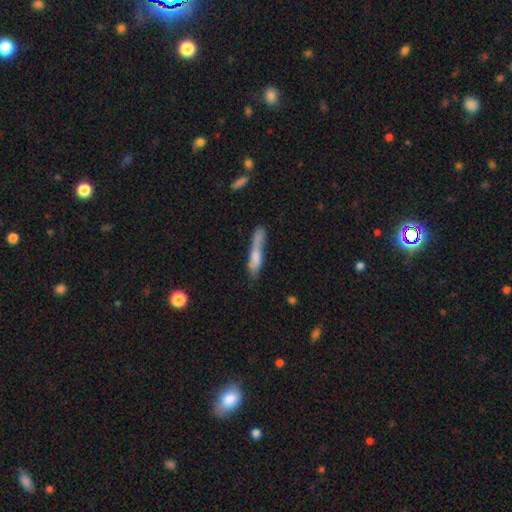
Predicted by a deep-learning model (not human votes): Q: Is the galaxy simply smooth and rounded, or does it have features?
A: smooth — 64%.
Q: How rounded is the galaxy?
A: cigar-shaped — 86%.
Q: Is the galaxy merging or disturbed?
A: none — 47%.